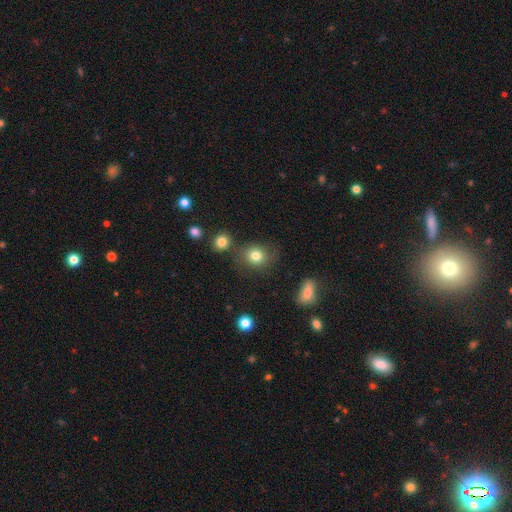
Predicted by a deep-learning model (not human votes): Smooth or featured? Predicted: smooth (p=0.79). How rounded? Predicted: round (p=0.75). Merging? Predicted: none (p=0.71).